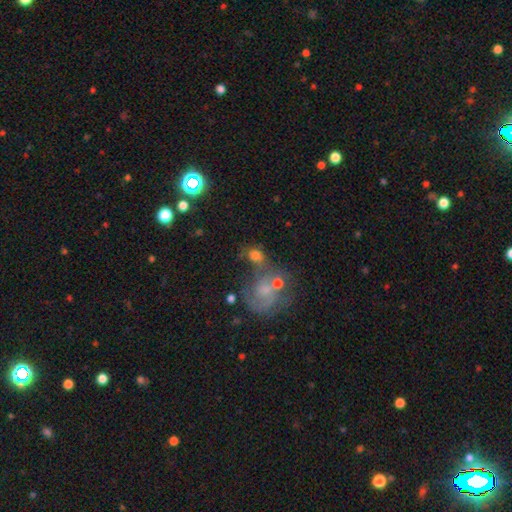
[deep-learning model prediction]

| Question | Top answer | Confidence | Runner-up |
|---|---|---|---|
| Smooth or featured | smooth | 59% | featured or disk (25%) |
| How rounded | round | 60% | in between (38%) |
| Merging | none | 36% | merger (33%) |